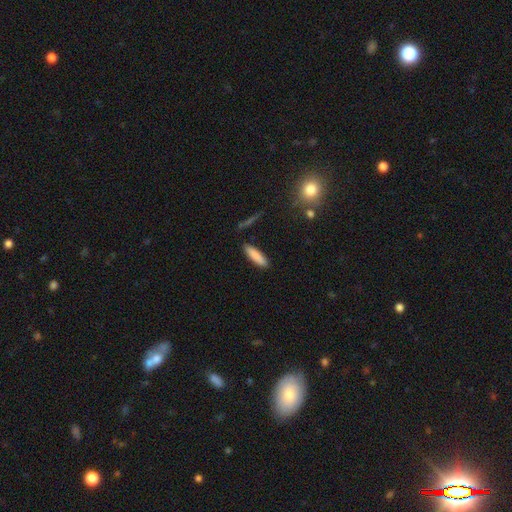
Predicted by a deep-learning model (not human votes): Smooth or featured: smooth — 86% (featured or disk — 8%)
How rounded: cigar-shaped — 69% (in between — 29%)
Merging: none — 88% (minor disturbance — 8%)